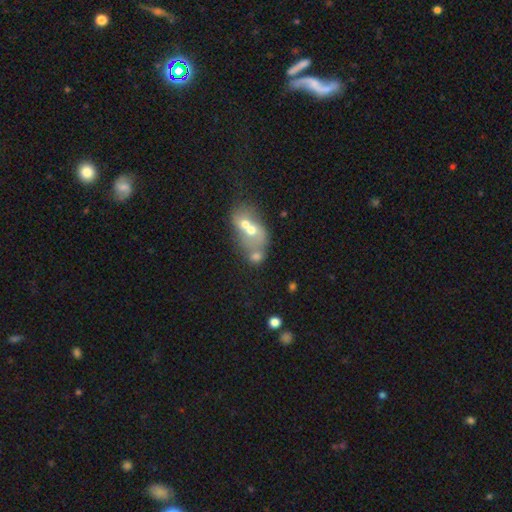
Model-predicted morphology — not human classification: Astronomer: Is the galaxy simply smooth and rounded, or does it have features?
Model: smooth — 56% (runner-up: featured or disk, 31%).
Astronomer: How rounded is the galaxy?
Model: in between — 50% (runner-up: round, 48%).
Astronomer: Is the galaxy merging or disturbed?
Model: merger — 72%.